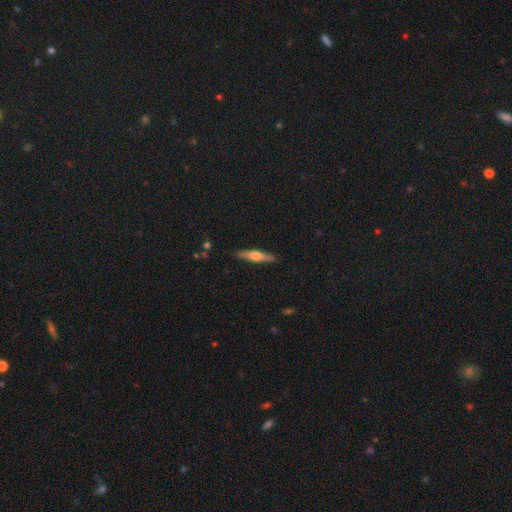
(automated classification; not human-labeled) Morphology: type=featured or disk (55%); edge-on=yes (95%); edge-on bulge=rounded (87%); merging=none (88%).